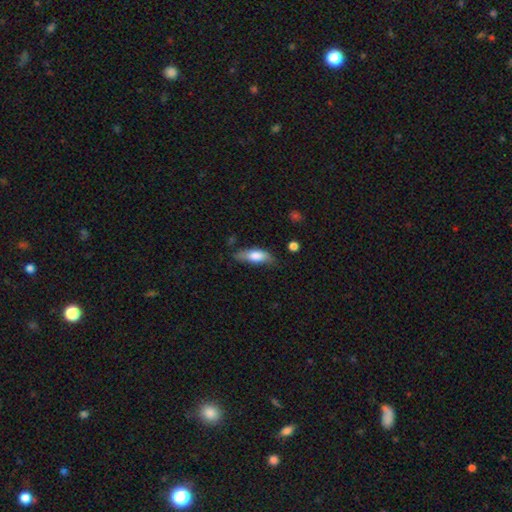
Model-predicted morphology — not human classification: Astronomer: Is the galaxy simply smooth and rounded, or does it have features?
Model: smooth — 74%.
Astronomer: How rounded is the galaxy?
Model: in between — 68%.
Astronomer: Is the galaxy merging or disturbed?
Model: none — 60%.